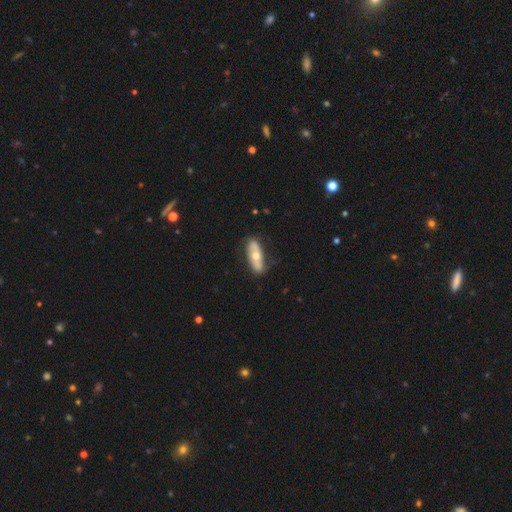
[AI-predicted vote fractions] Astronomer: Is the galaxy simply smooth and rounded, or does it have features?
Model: featured or disk — 49% (runner-up: smooth, 46%).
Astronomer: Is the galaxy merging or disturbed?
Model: none — 78%.